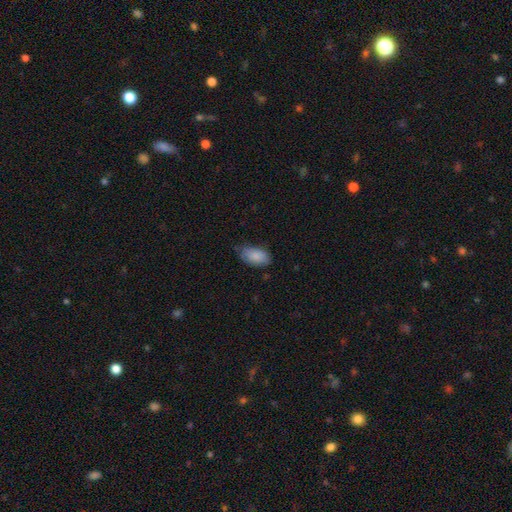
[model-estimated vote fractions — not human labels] smooth_or_featured: smooth (p=0.86) [alt: featured or disk p=0.07]
how_rounded: in between (p=0.94) [alt: round p=0.04]
merging: none (p=0.72) [alt: minor disturbance p=0.23]